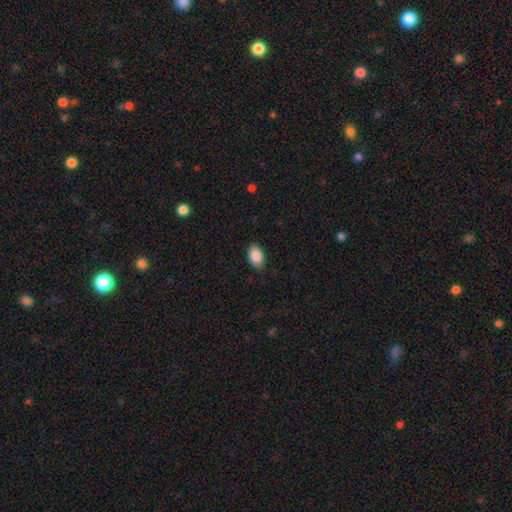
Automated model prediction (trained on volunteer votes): smooth_or_featured: smooth (p=0.88) [alt: star or artifact p=0.07]
how_rounded: in between (p=0.93) [alt: round p=0.06]
merging: none (p=0.86) [alt: minor disturbance p=0.11]